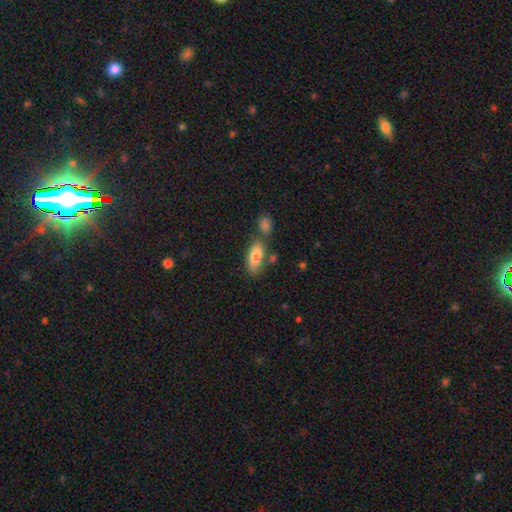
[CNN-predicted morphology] Smooth or featured? Predicted: smooth (p=0.81). How rounded? Predicted: in between (p=0.76). Merging? Predicted: none (p=0.60).